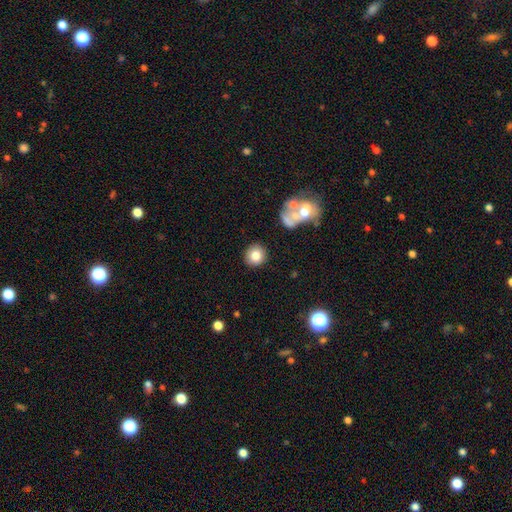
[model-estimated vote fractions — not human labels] Smooth or featured? smooth (80%)
How rounded? round (90%)
Merging? none (87%)